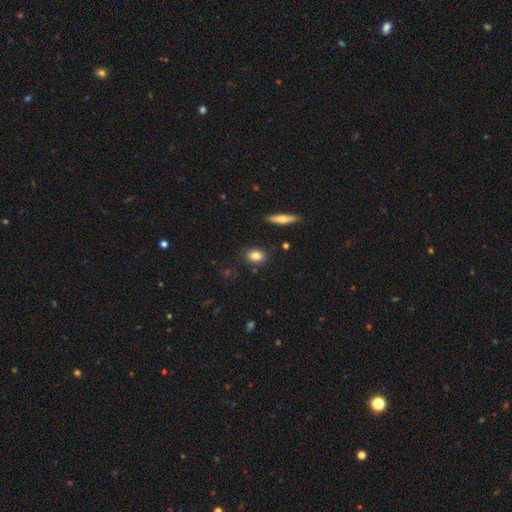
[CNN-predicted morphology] Q: Smooth or featured?
A: smooth (82%); runner-up: featured or disk (10%)
Q: How rounded?
A: in between (66%); runner-up: round (30%)
Q: Merging?
A: none (84%); runner-up: minor disturbance (11%)